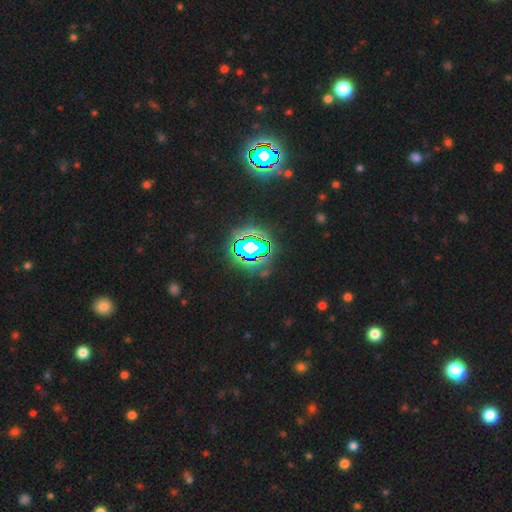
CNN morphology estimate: smooth_or_featured: star or artifact (p=0.81) [alt: smooth p=0.12]